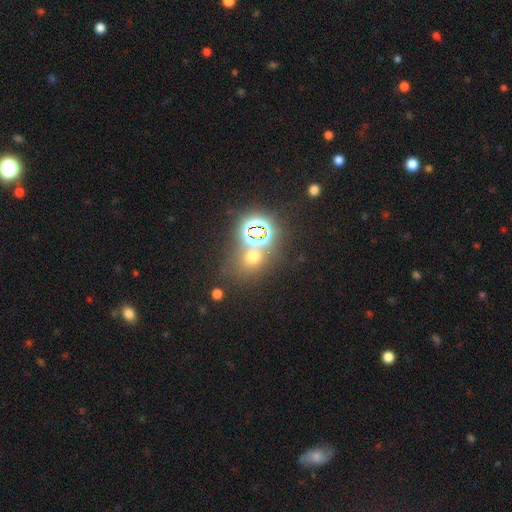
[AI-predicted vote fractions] Smooth or featured? Predicted: star or artifact (p=0.49).